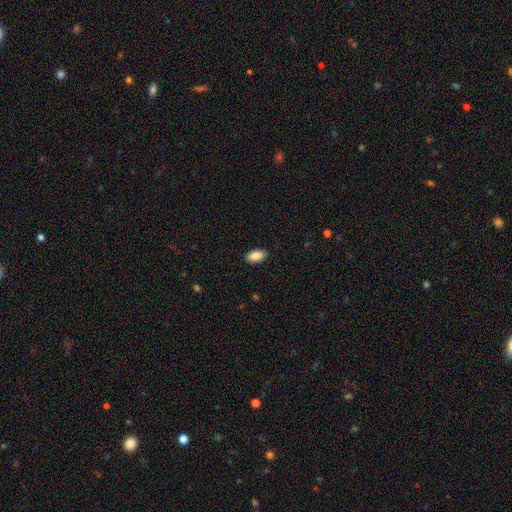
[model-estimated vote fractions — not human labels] Q: Smooth or featured?
A: smooth (86%); runner-up: featured or disk (7%)
Q: How rounded?
A: in between (92%); runner-up: cigar-shaped (5%)
Q: Merging?
A: none (89%); runner-up: minor disturbance (8%)